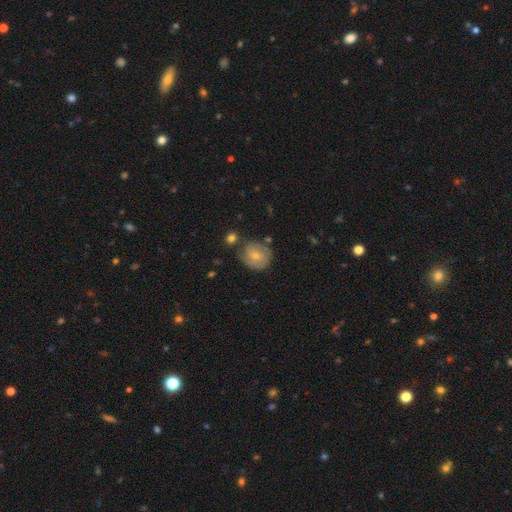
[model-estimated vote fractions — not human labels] Smooth or featured? Predicted: smooth (p=0.53). How rounded? Predicted: round (p=0.77). Merging? Predicted: none (p=0.65).